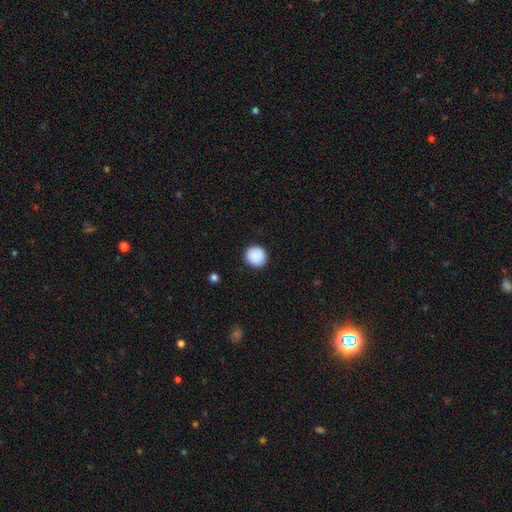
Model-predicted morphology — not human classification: This is clearly a smooth galaxy (90%). How rounded: clearly round (93%). Merging: clearly none (91%).